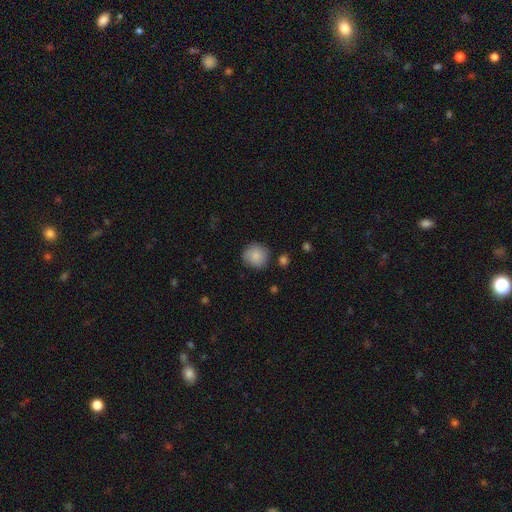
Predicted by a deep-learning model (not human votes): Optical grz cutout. It shows a smooth galaxy with no disk features (85%) that is round (91%). Merging: none (81%).